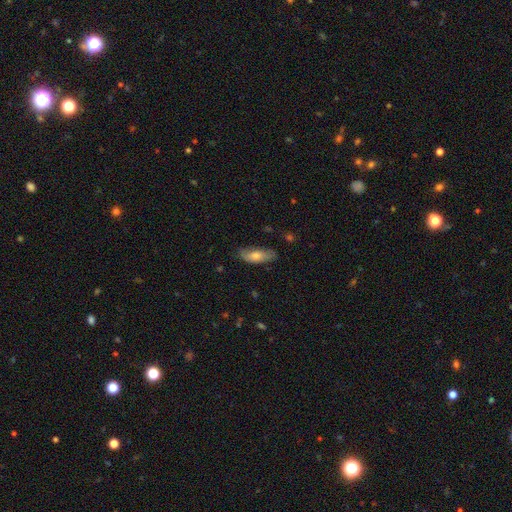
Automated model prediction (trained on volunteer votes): Q: Smooth or featured?
A: smooth (66%); runner-up: featured or disk (27%)
Q: How rounded?
A: in between (71%); runner-up: cigar-shaped (27%)
Q: Merging?
A: none (75%); runner-up: minor disturbance (20%)